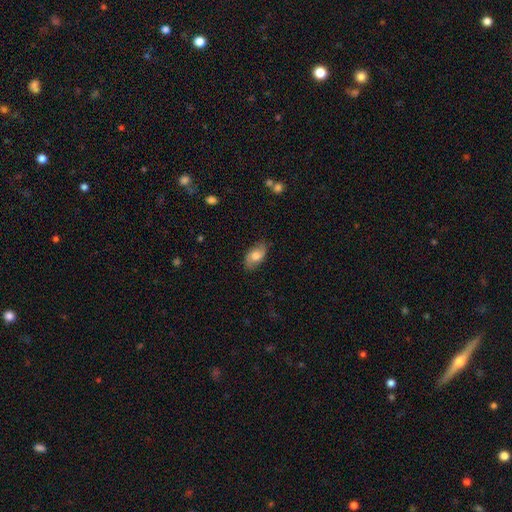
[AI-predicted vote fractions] This is likely a smooth galaxy (62%). How rounded: clearly in between (92%). Merging: clearly none (81%).